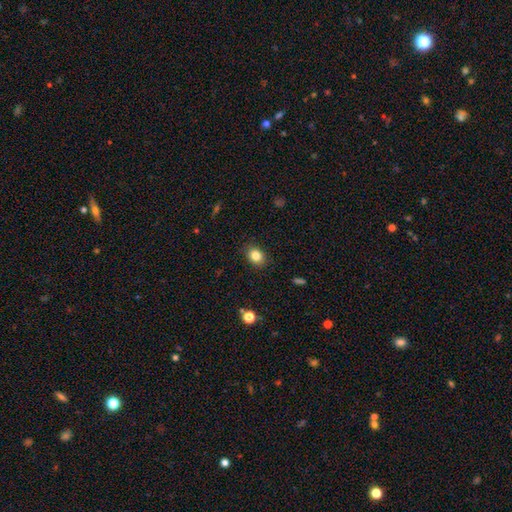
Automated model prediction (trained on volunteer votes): Morphology: type=smooth (84%); roundness=in between (58%); merging=none (88%).